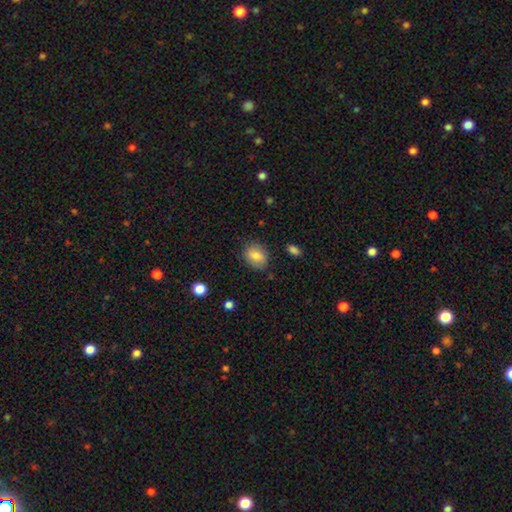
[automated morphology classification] type=smooth (81%); roundness=in between (53%); merging=none (82%).